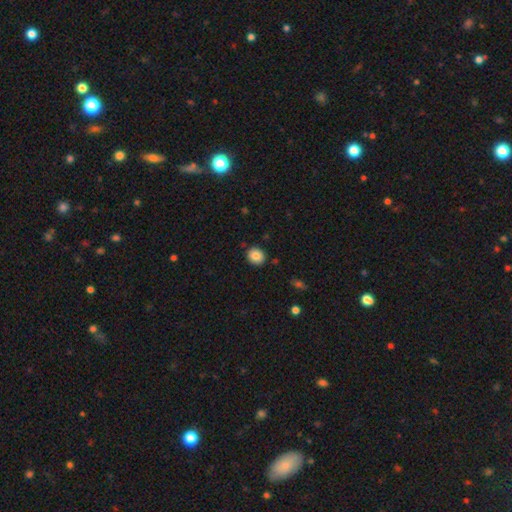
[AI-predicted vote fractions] This appears to be a smooth galaxy with no disk features (85%) that is round (76%). Merging: none (88%).